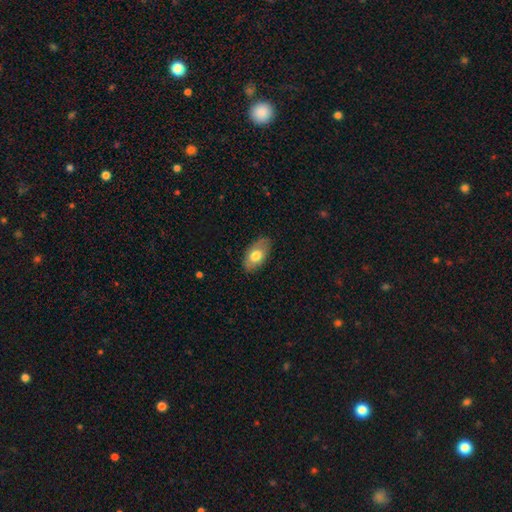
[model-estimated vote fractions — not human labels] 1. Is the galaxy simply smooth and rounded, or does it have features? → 70% smooth, 23% featured or disk, 6% star or artifact.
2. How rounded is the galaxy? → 92% in between, 5% round, 2% cigar-shaped.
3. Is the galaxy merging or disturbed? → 81% none, 15% minor disturbance, 3% major disturbance, 1% merger.